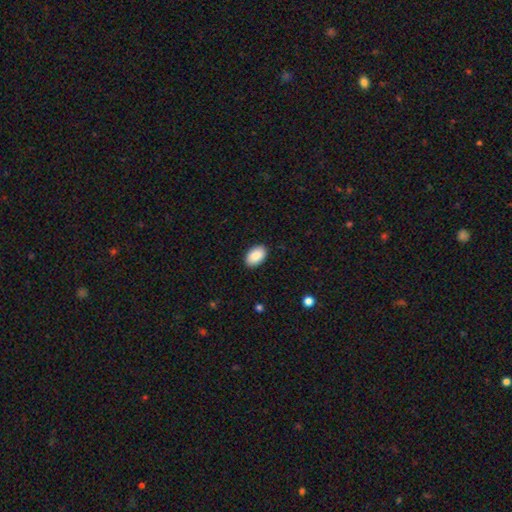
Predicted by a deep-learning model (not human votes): Morphology: type=smooth (89%); roundness=in between (92%); merging=none (89%).